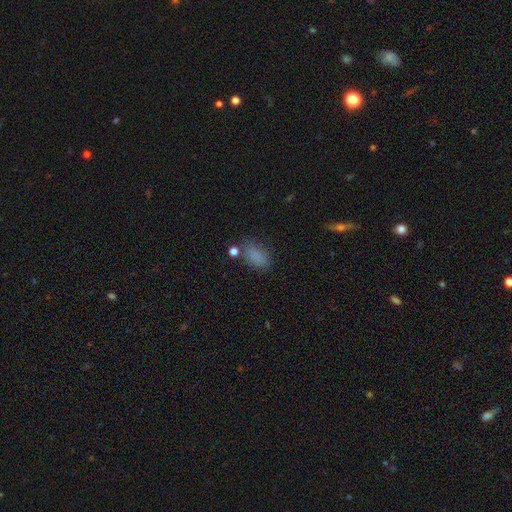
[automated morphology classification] Smooth or featured: smooth — 82% (star or artifact — 13%)
How rounded: in between — 87% (round — 10%)
Merging: none — 71% (minor disturbance — 17%)